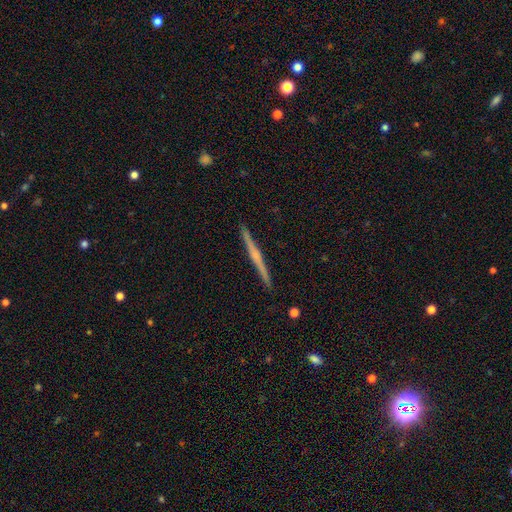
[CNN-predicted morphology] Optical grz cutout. It shows a featured or disk galaxy (69%) viewed edge-on (98%) with a rounded central bulge (46%). Merging: none (92%).